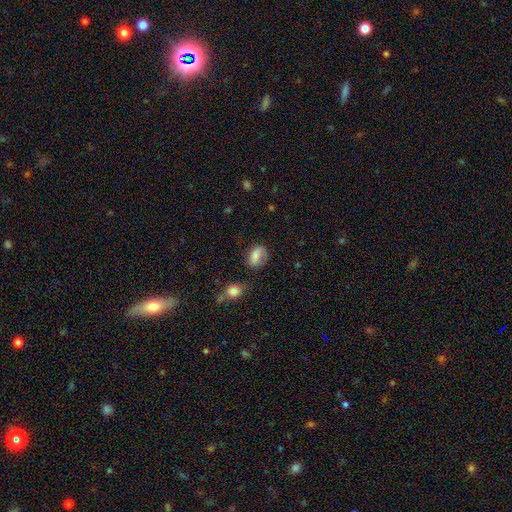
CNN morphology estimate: A smooth galaxy with no disk features (78%) that is in between round and cigar-shaped (77%).

Vote fractions:
- Smooth or featured? smooth: 78% / featured or disk: 12% / star or artifact: 10%
- How rounded? in between: 77% / round: 21% / cigar-shaped: 2%
- Merging? none: 56% / minor disturbance: 28% / major disturbance: 11% / merger: 6%